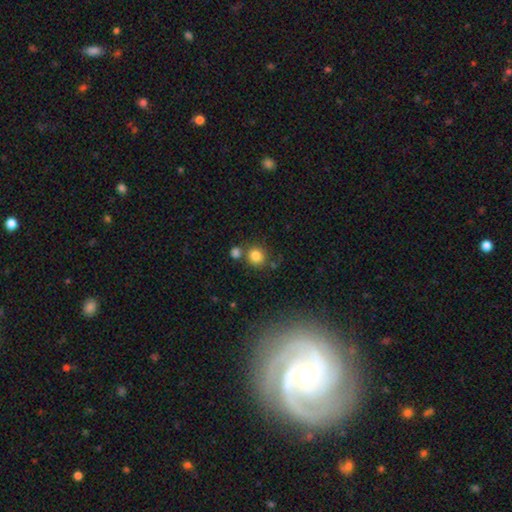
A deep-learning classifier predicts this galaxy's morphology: Smooth or featured? Predicted: smooth (p=0.83). How rounded? Predicted: round (p=0.84). Merging? Predicted: none (p=0.66).